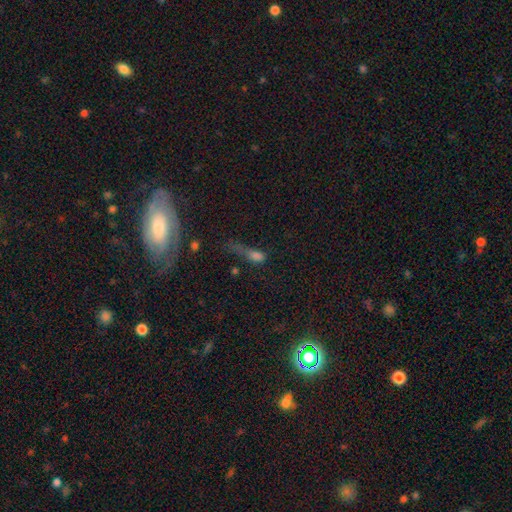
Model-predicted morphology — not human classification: Smooth or featured? Predicted: smooth (p=0.58). How rounded? Predicted: in between (p=0.54). Merging? Predicted: major disturbance (p=0.40).